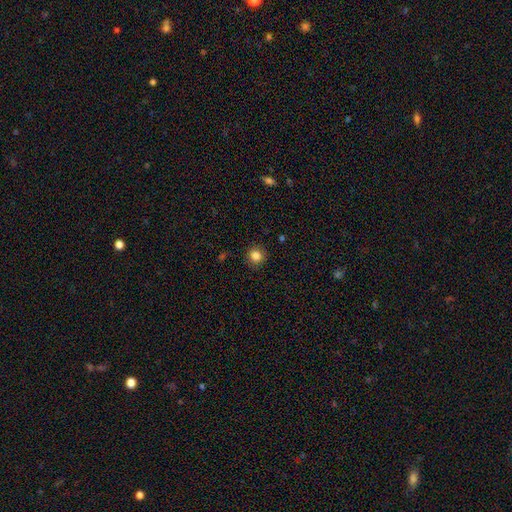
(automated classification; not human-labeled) Overall: smooth (84%). How rounded: round (90%). Merging: none (90%).